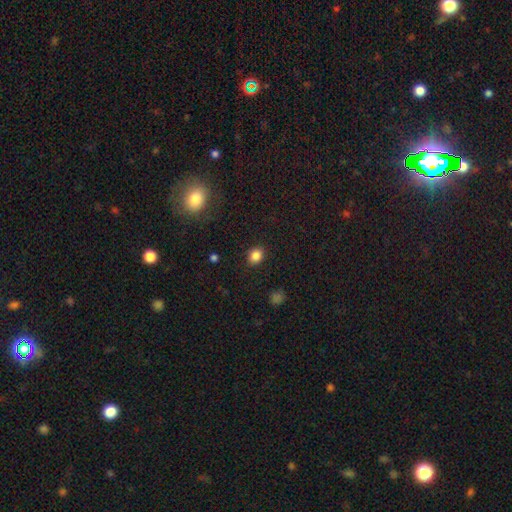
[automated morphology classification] smooth 85%, star or artifact 11%, featured or disk 4%. Down the decision tree: how rounded — round (61%); merging — none (87%).